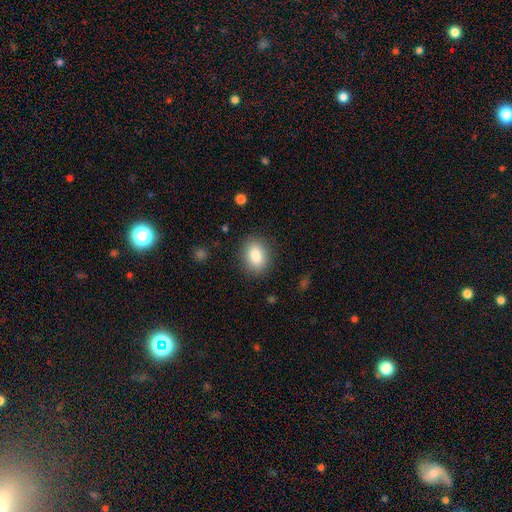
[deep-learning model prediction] Smooth or featured?
  - smooth: 84% *
  - star or artifact: 8%
  - featured or disk: 8%
How rounded?
  - in between: 64% *
  - round: 34%
  - cigar-shaped: 1%
Merging?
  - none: 86% *
  - minor disturbance: 9%
  - major disturbance: 3%
  - merger: 1%